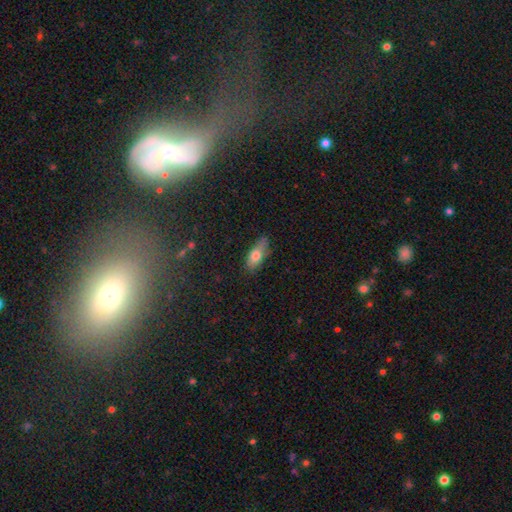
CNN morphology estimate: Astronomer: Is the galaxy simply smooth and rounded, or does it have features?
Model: smooth — 73%.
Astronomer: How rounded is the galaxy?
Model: in between — 75%.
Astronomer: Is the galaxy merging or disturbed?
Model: none — 68%.